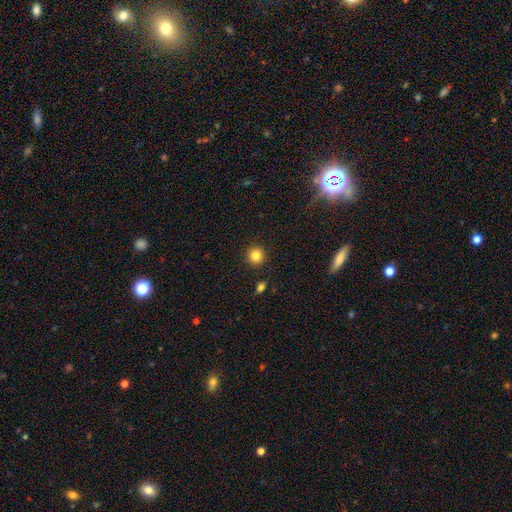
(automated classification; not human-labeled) smooth-or-featured: smooth: 83% | star or artifact: 11% | featured or disk: 6%
  how-rounded: round: 93% | in between: 6% | cigar-shaped: 1%
  merging: none: 91% | minor disturbance: 5% | major disturbance: 2% | merger: 2%